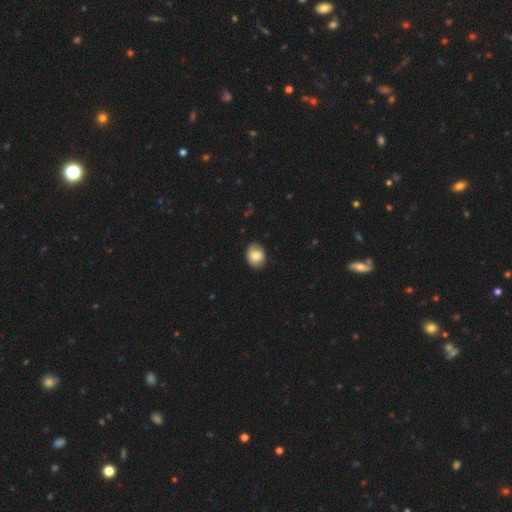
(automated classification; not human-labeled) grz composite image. It shows a smooth galaxy with no disk features (79%) that is in between round and cigar-shaped (60%). Merging: none (80%).